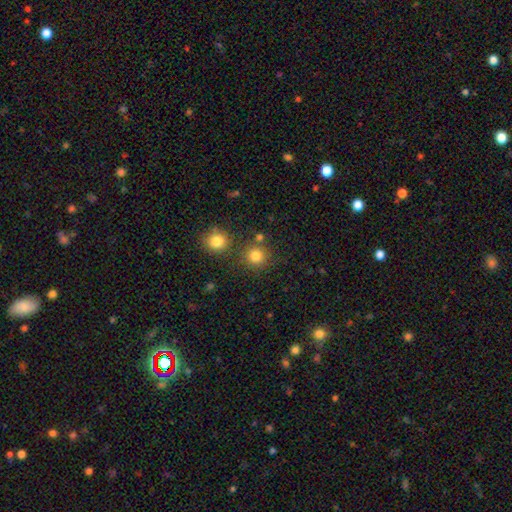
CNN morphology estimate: A smooth galaxy with no disk features (81%) that is round (92%).

Vote fractions:
- Smooth or featured? smooth: 81% / star or artifact: 13% / featured or disk: 5%
- How rounded? round: 92% / in between: 7% / cigar-shaped: 1%
- Merging? none: 79% / merger: 11% / minor disturbance: 8% / major disturbance: 3%